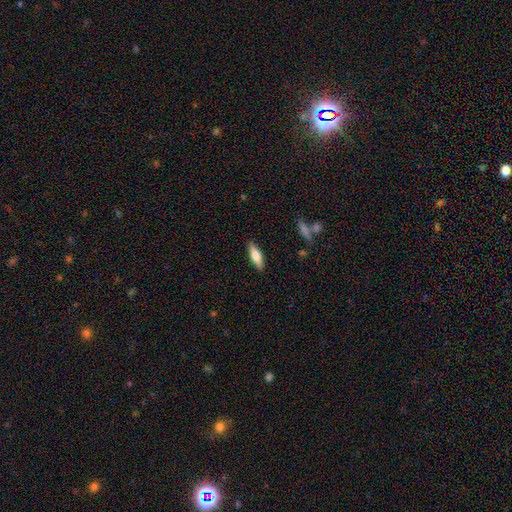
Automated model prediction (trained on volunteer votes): This is likely a smooth galaxy (67%). How rounded: possibly cigar-shaped (51%). Merging: clearly none (88%).